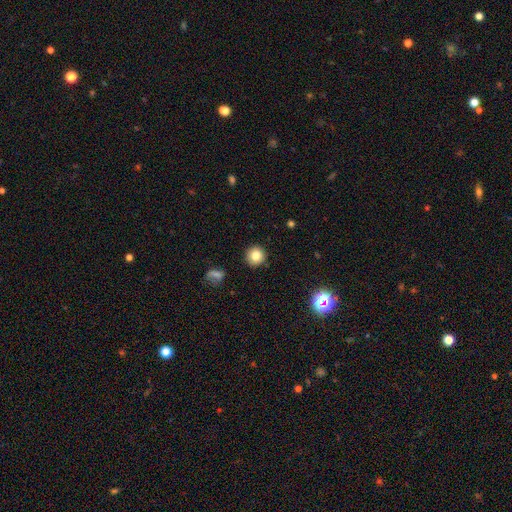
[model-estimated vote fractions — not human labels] smooth_or_featured: smooth (p=0.82) [alt: star or artifact p=0.11]
how_rounded: round (p=0.94) [alt: in between p=0.05]
merging: none (p=0.91) [alt: minor disturbance p=0.05]